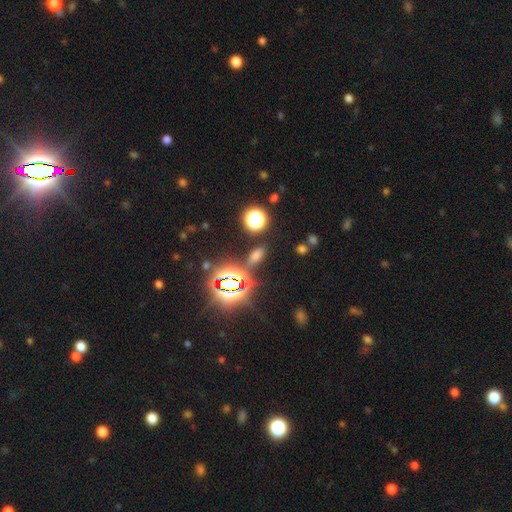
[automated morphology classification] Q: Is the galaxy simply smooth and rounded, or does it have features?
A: smooth — 53%.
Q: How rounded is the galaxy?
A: in between — 74%.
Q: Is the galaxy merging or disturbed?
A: none — 79%.